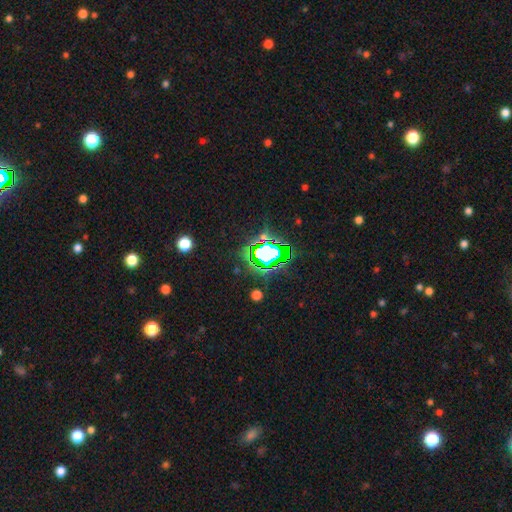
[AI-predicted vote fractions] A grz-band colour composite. It shows a star or artifact, not a galaxy (76%).